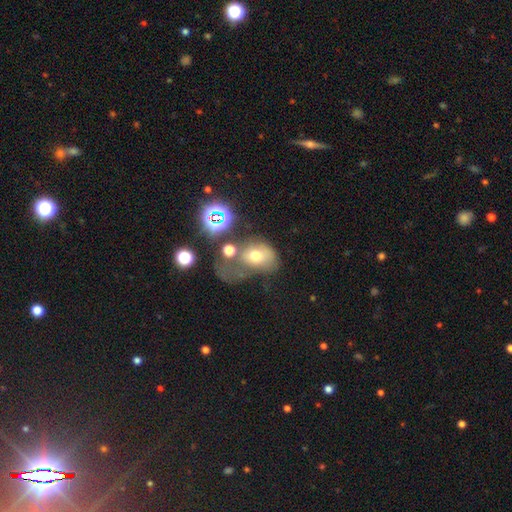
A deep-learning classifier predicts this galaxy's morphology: A smooth galaxy with no disk features (59%) that is in between round and cigar-shaped (66%). Merging: major disturbance (37%).